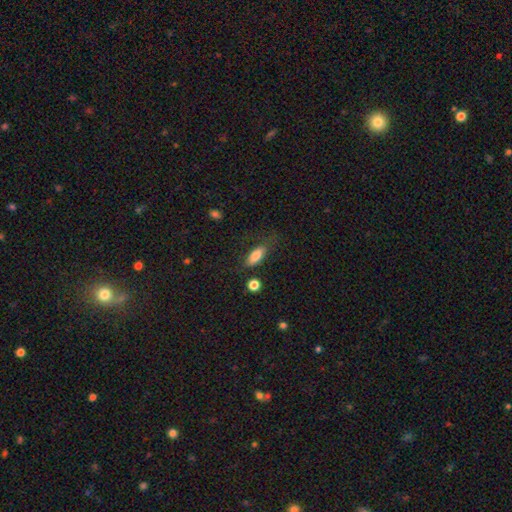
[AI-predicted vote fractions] smooth_or_featured: smooth (p=0.82) [alt: featured or disk p=0.10]
how_rounded: in between (p=0.78) [alt: cigar-shaped p=0.18]
merging: none (p=0.61) [alt: minor disturbance p=0.23]